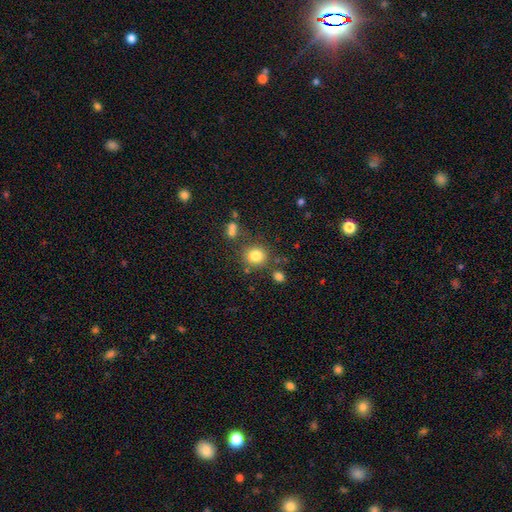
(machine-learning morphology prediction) Smooth or featured? smooth (80%)
How rounded? round (87%)
Merging? none (77%)